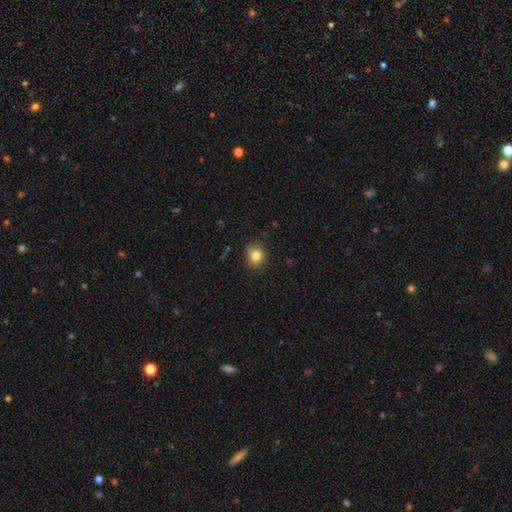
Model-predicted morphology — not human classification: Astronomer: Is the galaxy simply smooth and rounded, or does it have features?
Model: smooth — 81%.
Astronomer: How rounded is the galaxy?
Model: round — 85%.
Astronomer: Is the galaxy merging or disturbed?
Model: none — 79%.